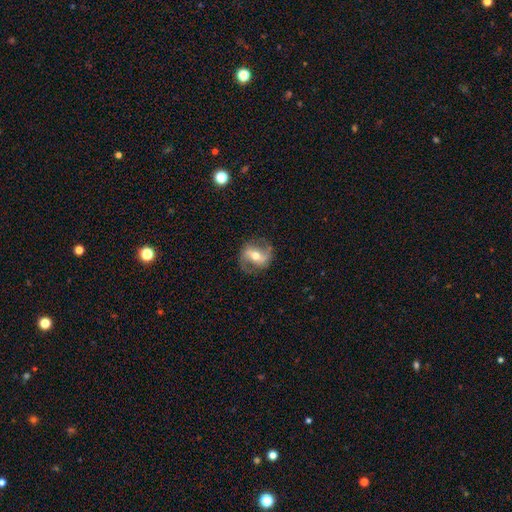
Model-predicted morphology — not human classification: Smooth or featured? featured or disk (76%)
Edge-on disk? no (95%)
Bar? strong (42%)
Spiral arms? yes (88%)
Spiral winding? medium (43%)
Spiral arm count? 2 (89%)
Bulge size? moderate (67%)
Merging? none (79%)